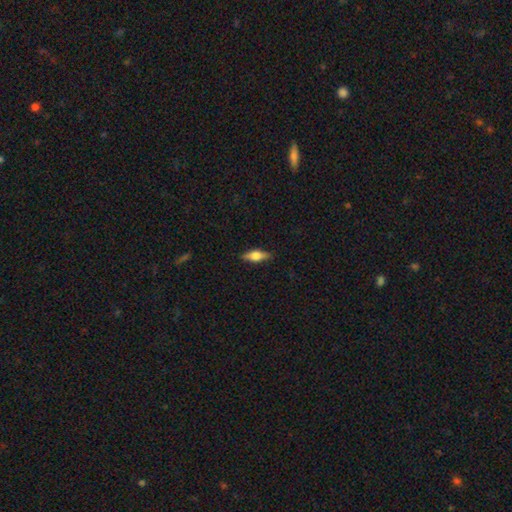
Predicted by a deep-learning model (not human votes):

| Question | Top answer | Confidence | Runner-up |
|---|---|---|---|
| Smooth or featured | smooth | 51% | featured or disk (42%) |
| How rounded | in between | 62% | cigar-shaped (34%) |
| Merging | none | 87% | minor disturbance (10%) |